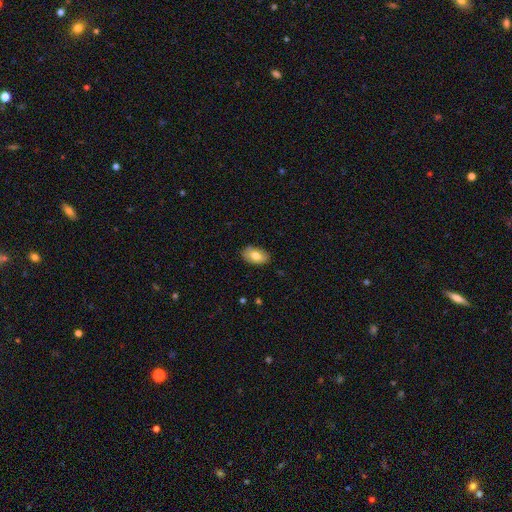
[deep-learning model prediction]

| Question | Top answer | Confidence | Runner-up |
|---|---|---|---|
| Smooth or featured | smooth | 79% | featured or disk (14%) |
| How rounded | in between | 92% | round (6%) |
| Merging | none | 87% | minor disturbance (10%) |